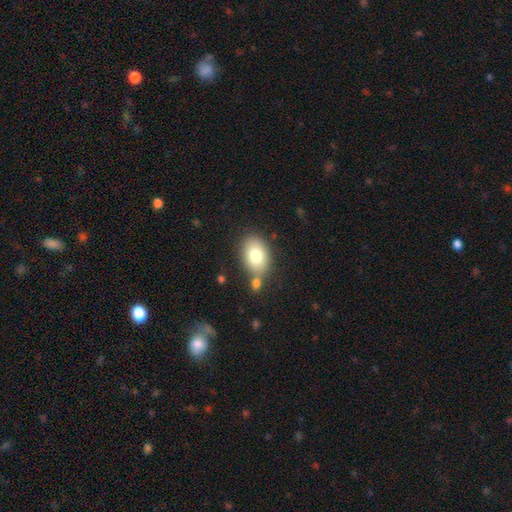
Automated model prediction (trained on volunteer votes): A smooth galaxy with no disk features (79%) that is in between round and cigar-shaped (84%). Merging: none (68%).